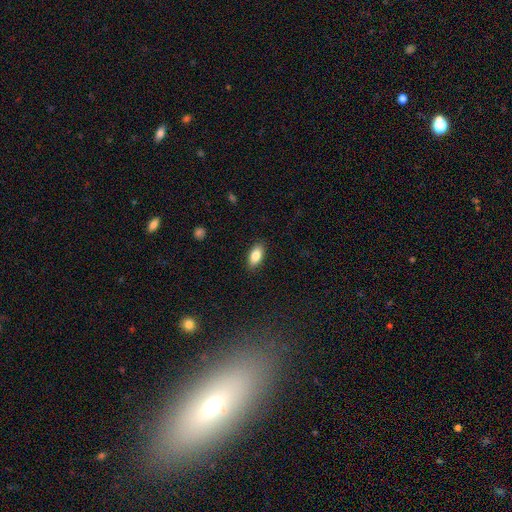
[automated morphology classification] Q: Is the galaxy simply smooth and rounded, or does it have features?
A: smooth — 84%.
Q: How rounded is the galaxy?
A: in between — 89%.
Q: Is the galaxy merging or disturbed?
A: none — 88%.